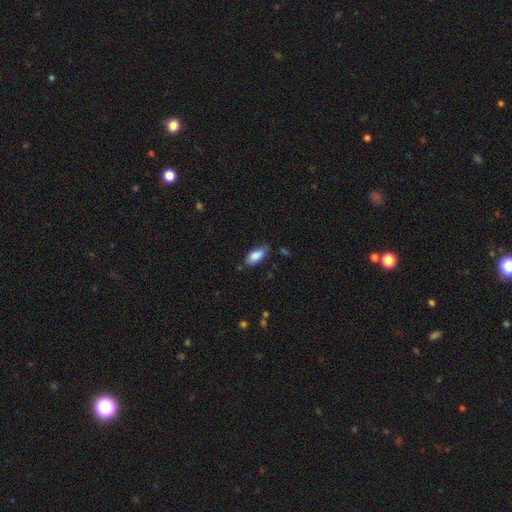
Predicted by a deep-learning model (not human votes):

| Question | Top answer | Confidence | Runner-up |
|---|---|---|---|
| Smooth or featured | smooth | 86% | featured or disk (7%) |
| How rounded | in between | 89% | cigar-shaped (9%) |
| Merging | none | 74% | minor disturbance (20%) |